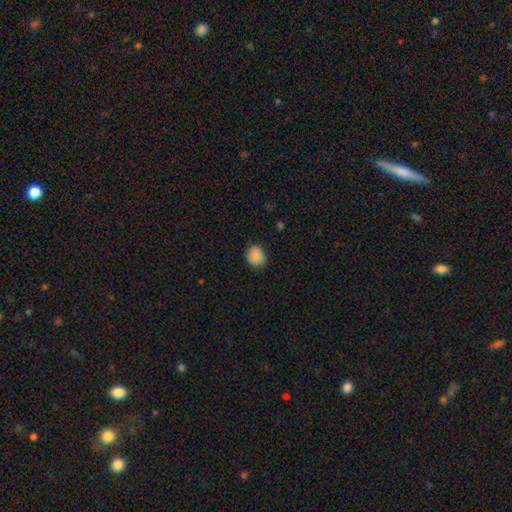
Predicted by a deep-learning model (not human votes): smooth-or-featured: smooth: 88% | star or artifact: 8% | featured or disk: 3%
  how-rounded: round: 66% | in between: 33% | cigar-shaped: 1%
  merging: none: 82% | minor disturbance: 14% | major disturbance: 3% | merger: 1%